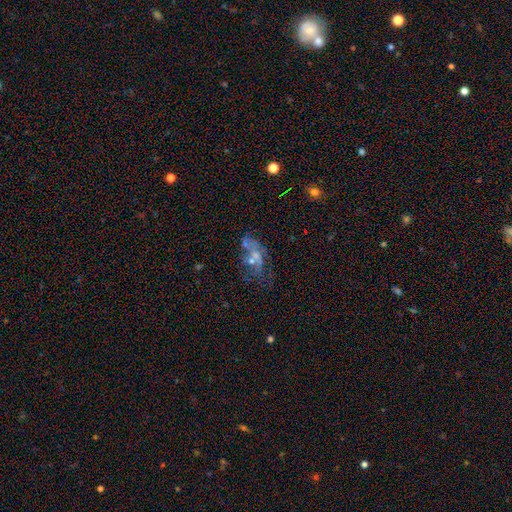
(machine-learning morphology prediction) This appears to be a featured or disk galaxy (49%). Merging: none (41%).